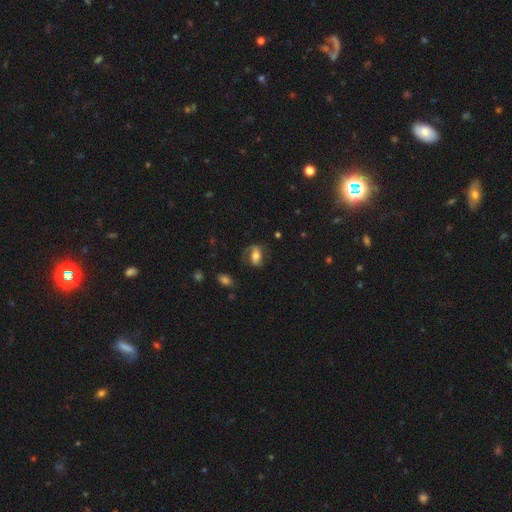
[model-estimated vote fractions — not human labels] Smooth or featured: featured or disk — 48% (smooth — 44%)
Merging: none — 57% (minor disturbance — 22%)